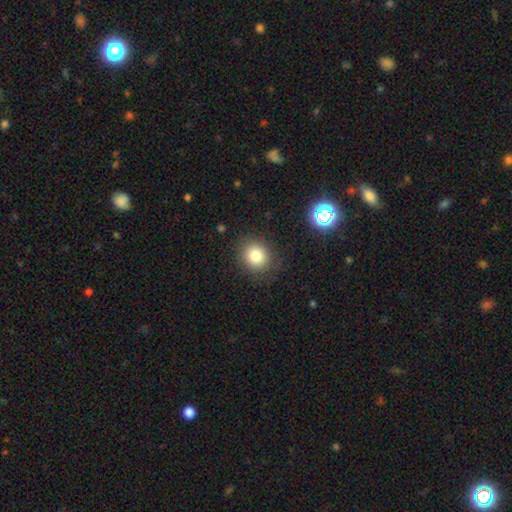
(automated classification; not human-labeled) smooth_or_featured: smooth (p=0.82) [alt: star or artifact p=0.11]
how_rounded: round (p=0.80) [alt: in between p=0.19]
merging: none (p=0.86) [alt: minor disturbance p=0.10]